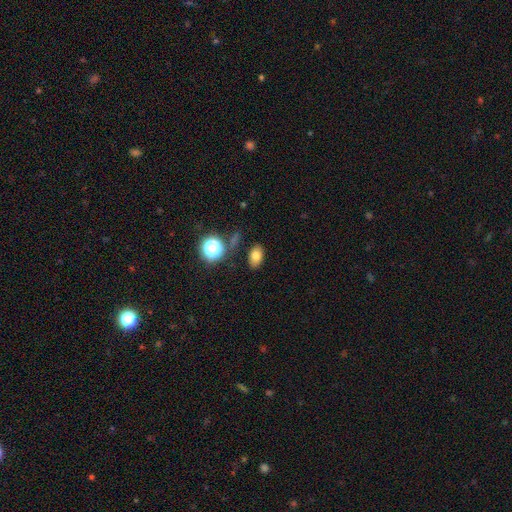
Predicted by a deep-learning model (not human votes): Smooth or featured? Predicted: smooth (p=0.75). How rounded? Predicted: in between (p=0.85). Merging? Predicted: none (p=0.83).